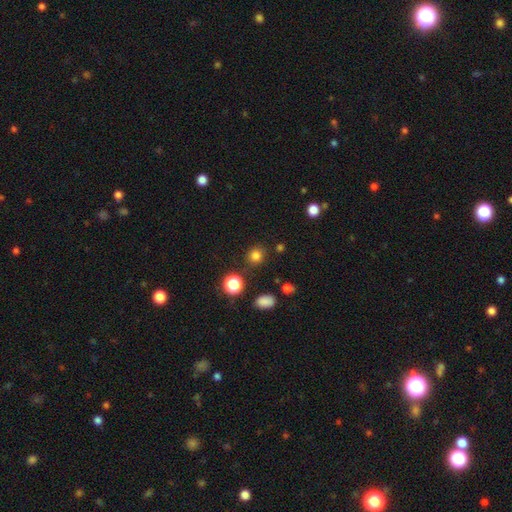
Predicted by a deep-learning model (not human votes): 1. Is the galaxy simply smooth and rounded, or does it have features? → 79% smooth, 16% star or artifact, 4% featured or disk.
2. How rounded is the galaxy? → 87% round, 12% in between, 1% cigar-shaped.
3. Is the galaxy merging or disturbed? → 86% none, 8% minor disturbance, 3% merger, 3% major disturbance.